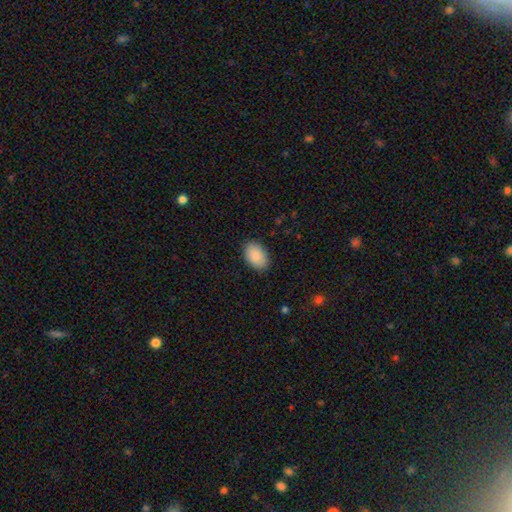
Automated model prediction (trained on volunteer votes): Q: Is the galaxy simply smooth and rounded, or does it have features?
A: smooth — 90%.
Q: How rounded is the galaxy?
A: in between — 90%.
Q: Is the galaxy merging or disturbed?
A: none — 87%.